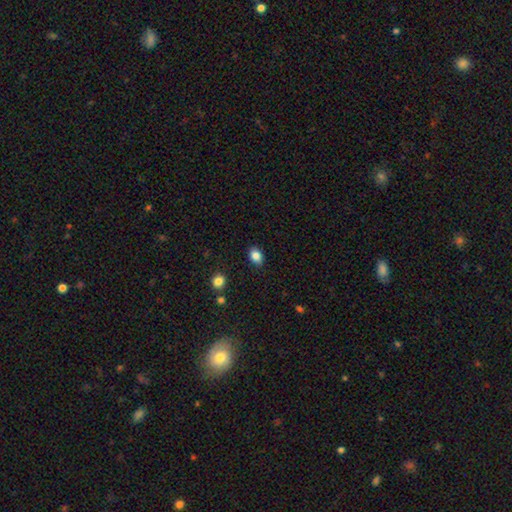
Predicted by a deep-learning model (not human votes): The model was most divided on "how rounded": in between: 72%, round: 27%, cigar-shaped: 1%. More confident: merging — none (88%); smooth or featured — smooth (85%).